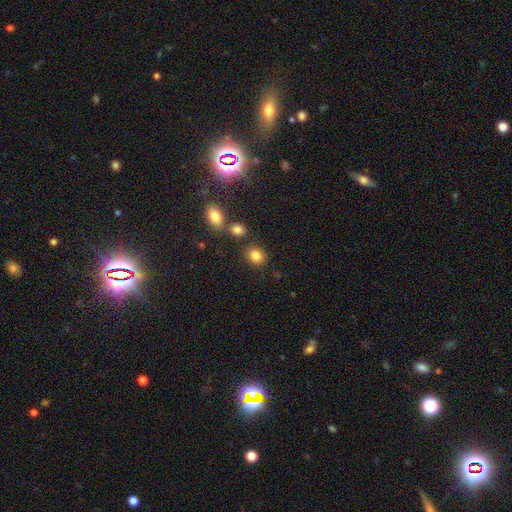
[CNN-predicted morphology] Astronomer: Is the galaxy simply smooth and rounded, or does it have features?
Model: smooth — 84%.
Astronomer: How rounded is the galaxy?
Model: round — 67%.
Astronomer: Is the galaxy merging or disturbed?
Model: none — 79%.